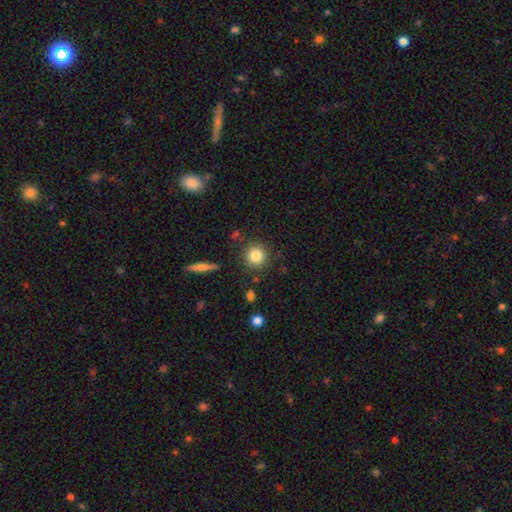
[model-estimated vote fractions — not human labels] Smooth or featured? smooth (82%)
How rounded? round (91%)
Merging? none (86%)